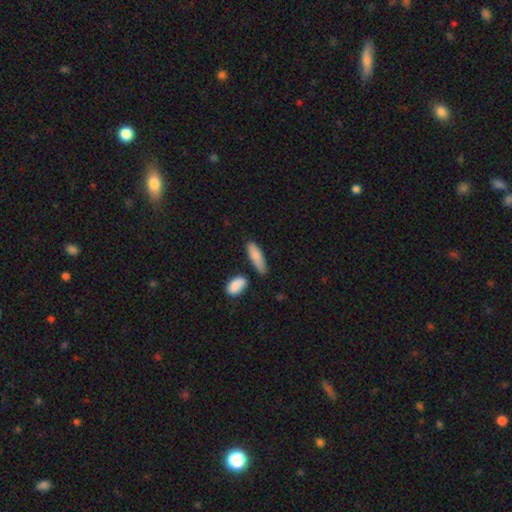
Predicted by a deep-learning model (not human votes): smooth 85%, featured or disk 9%, star or artifact 6%. Down the decision tree: how rounded — in between (50%); merging — none (69%).